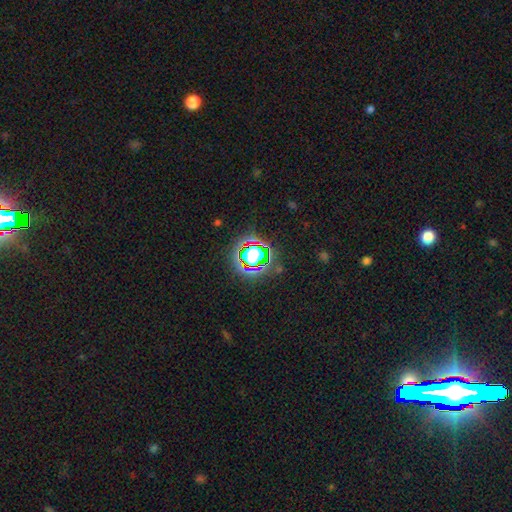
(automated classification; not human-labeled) star or artifact 58%, smooth 28%, featured or disk 14%.